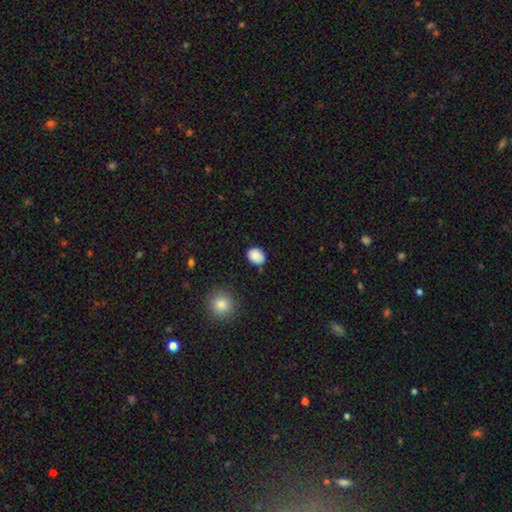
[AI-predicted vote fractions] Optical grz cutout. It shows a smooth galaxy with no disk features (87%) that is round (55%). Merging: none (84%).